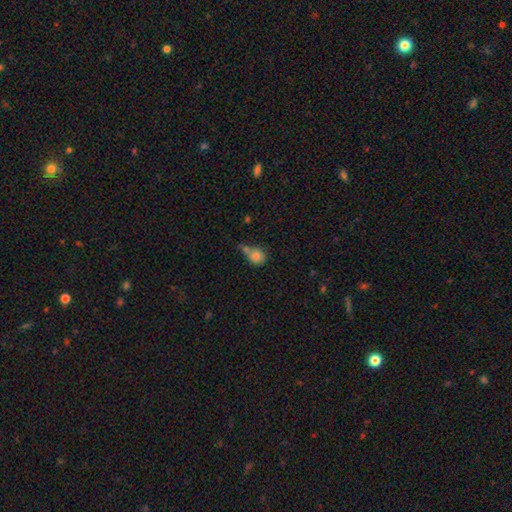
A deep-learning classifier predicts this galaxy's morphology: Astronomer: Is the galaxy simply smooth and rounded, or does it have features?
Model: smooth — 80%.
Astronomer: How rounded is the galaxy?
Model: round — 63%.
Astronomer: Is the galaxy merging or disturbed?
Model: merger — 34%, tied with none at 34%.